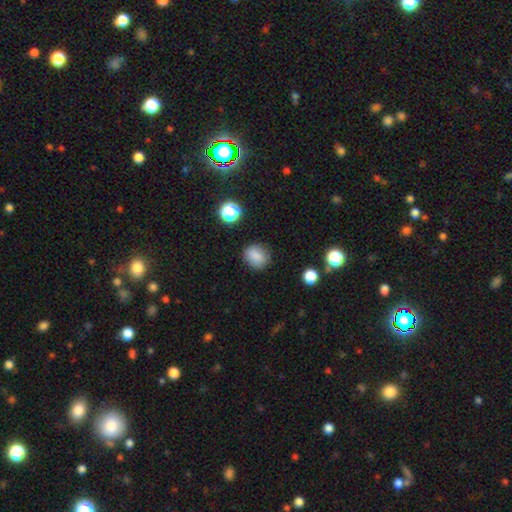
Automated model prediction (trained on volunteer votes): Smooth or featured: smooth — 82% (star or artifact — 12%)
How rounded: round — 69% (in between — 30%)
Merging: none — 82% (minor disturbance — 13%)